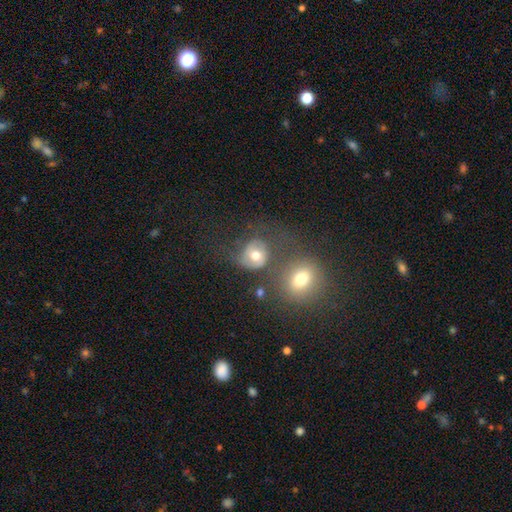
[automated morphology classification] This is possibly a smooth galaxy (58%). How rounded: likely round (75%). Merging: marginally none (42%).